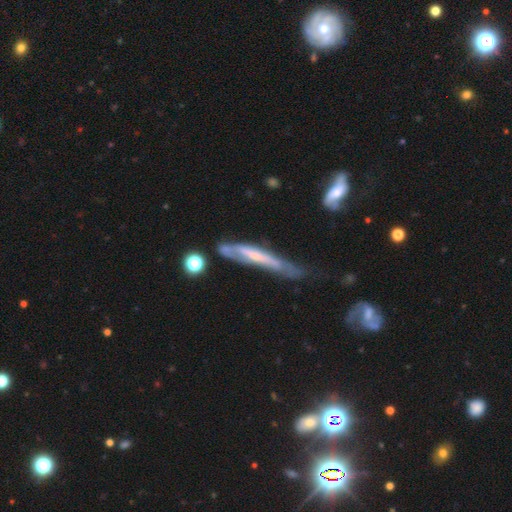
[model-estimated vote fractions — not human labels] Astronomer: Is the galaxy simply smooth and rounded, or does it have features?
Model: featured or disk — 63%.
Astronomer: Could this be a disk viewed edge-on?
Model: yes — 69%.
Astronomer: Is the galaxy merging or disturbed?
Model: none — 44% (runner-up: minor disturbance, 31%).